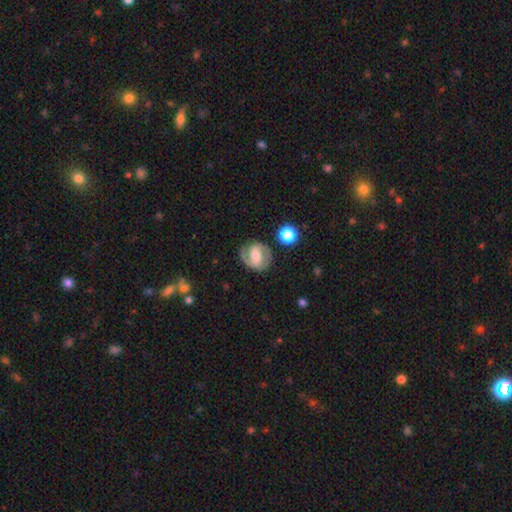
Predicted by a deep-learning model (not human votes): A featured or disk galaxy (76%) with a weak bar (46%), 2 (87%) medium (51%) spiral arms (92%) and a moderate central bulge (50%).

Vote fractions:
- Smooth or featured? featured or disk: 76% / smooth: 17% / star or artifact: 6%
- Edge-on disk? no: 97% / yes: 3%
- Bar? weak: 46% / strong: 35% / no: 19%
- Spiral arms? yes: 92% / no: 8%
- Spiral winding? medium: 51% / tight: 31% / loose: 18%
- Spiral arm count? 2: 87% / can't tell: 5% / 1: 5% / 3: 1% / 4: 1% / more than 4: 1%
- Bulge size? moderate: 50% / small: 29% / large: 12% / none: 7% / dominant: 2%
- Merging? none: 80% / minor disturbance: 12% / major disturbance: 5% / merger: 2%